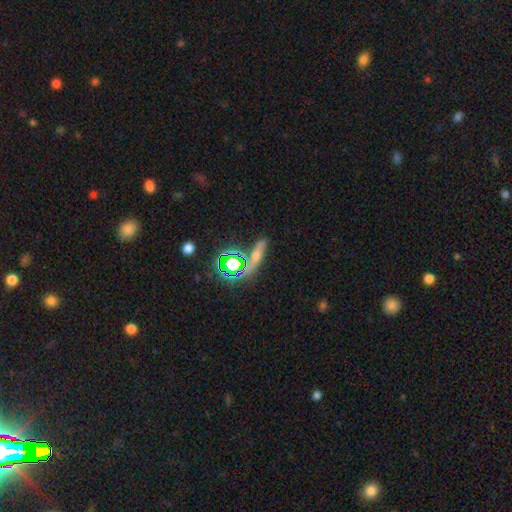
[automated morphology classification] type=smooth (38%); merging=none (66%).